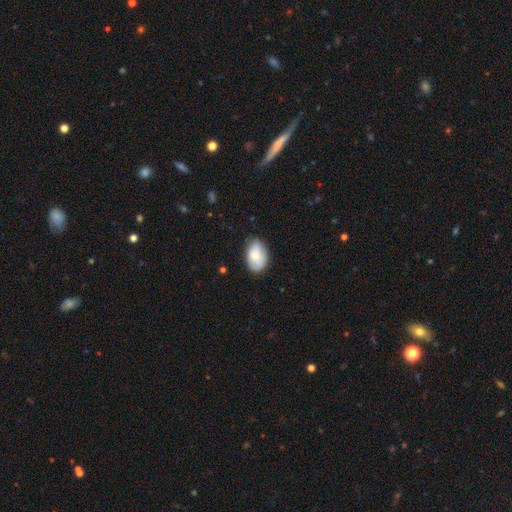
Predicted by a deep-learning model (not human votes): smooth_or_featured: smooth (p=0.72) [alt: featured or disk p=0.21]
how_rounded: in between (p=0.90) [alt: round p=0.09]
merging: none (p=0.70) [alt: minor disturbance p=0.24]